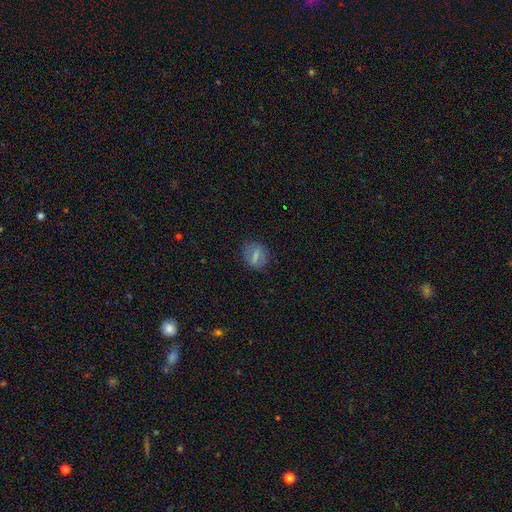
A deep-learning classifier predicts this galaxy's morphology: Smooth or featured? Predicted: smooth (p=0.59). How rounded? Predicted: round (p=0.48). Merging? Predicted: none (p=0.81).